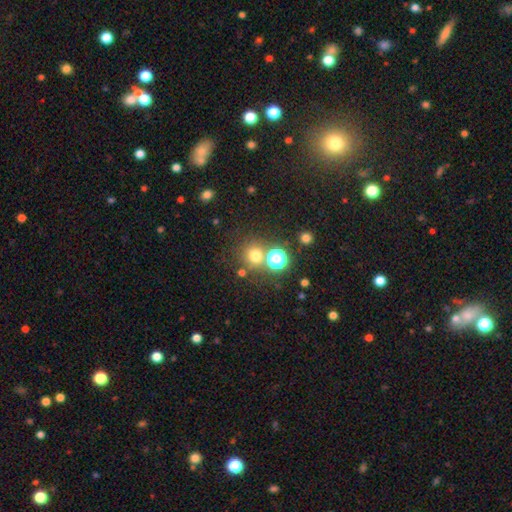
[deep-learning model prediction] Smooth or featured? smooth (69%)
How rounded? round (91%)
Merging? none (72%)